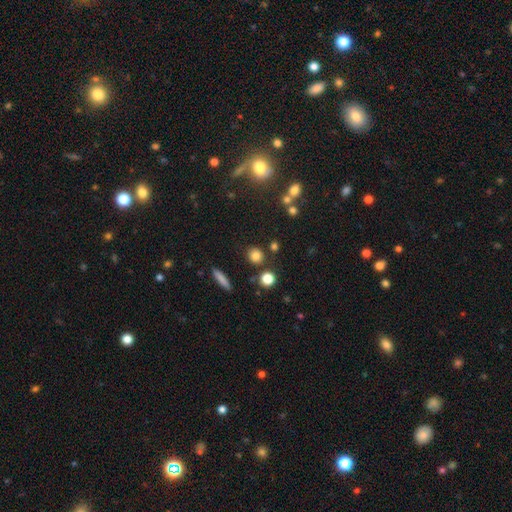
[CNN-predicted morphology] Smooth or featured: smooth — 80% (star or artifact — 13%)
How rounded: round — 85% (in between — 13%)
Merging: none — 82% (minor disturbance — 9%)